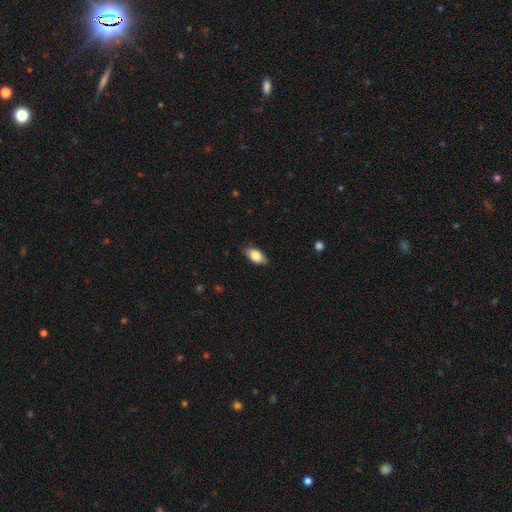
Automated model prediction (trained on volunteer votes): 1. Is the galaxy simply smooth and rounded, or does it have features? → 82% smooth, 11% featured or disk, 7% star or artifact.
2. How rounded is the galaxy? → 89% in between, 6% cigar-shaped, 5% round.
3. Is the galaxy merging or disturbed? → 82% none, 14% minor disturbance, 3% major disturbance, 1% merger.